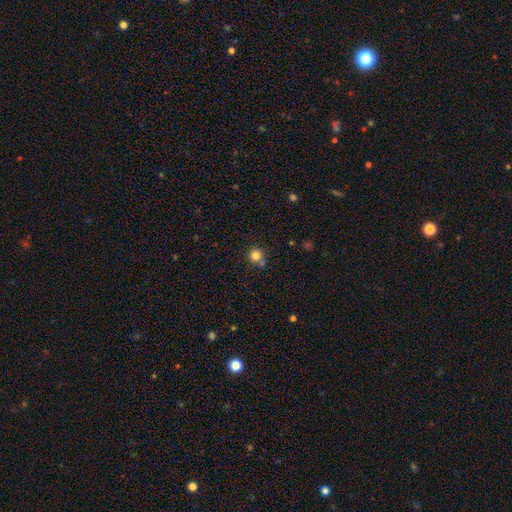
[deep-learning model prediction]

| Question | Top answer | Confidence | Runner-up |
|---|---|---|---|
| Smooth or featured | smooth | 82% | star or artifact (13%) |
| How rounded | round | 94% | in between (5%) |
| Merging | none | 73% | merger (13%) |